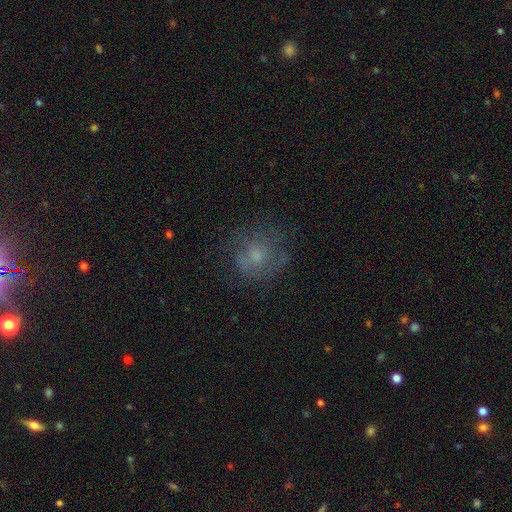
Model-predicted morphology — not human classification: The model was most divided on "smooth or featured": smooth: 53%, featured or disk: 31%, star or artifact: 16%. More confident: how rounded — round (79%); merging — none (62%).